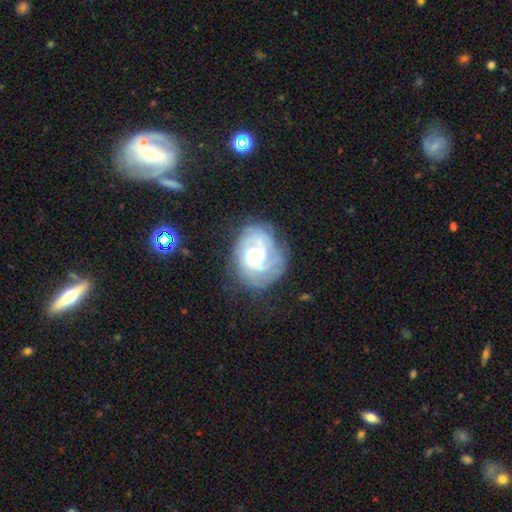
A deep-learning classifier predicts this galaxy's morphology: Smooth or featured? Predicted: featured or disk (p=0.81). Edge-on disk? Predicted: no (p=0.98). Bar? Predicted: no (p=0.66). Spiral arms? Predicted: yes (p=0.94). Spiral winding? Predicted: tight (p=0.59). Spiral arm count? Predicted: 2 (p=0.35). Bulge size? Predicted: small (p=0.52). Merging? Predicted: none (p=0.69).